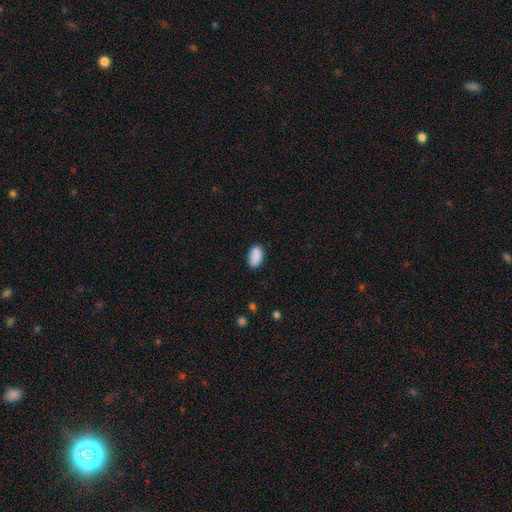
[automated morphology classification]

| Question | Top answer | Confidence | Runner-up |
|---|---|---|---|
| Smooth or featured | smooth | 89% | star or artifact (8%) |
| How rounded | in between | 93% | round (4%) |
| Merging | none | 79% | minor disturbance (16%) |